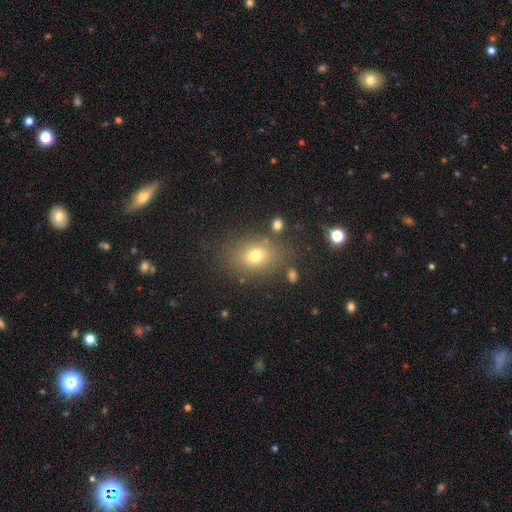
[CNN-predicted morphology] Overall: smooth (73%). How rounded: in between (61%; round 37%). Merging: none (79%).